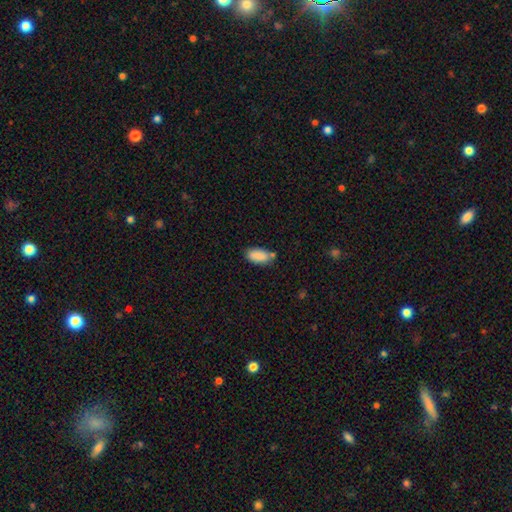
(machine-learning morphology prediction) Smooth or featured? Predicted: smooth (p=0.87). How rounded? Predicted: in between (p=0.91). Merging? Predicted: none (p=0.68).